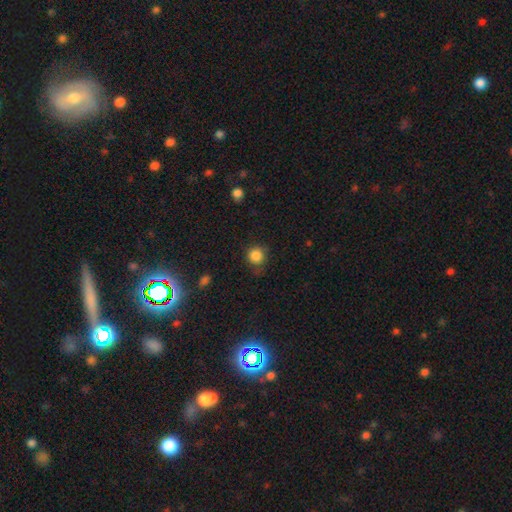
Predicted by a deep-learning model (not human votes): This is clearly a smooth galaxy (84%). How rounded: clearly round (91%). Merging: likely none (74%).